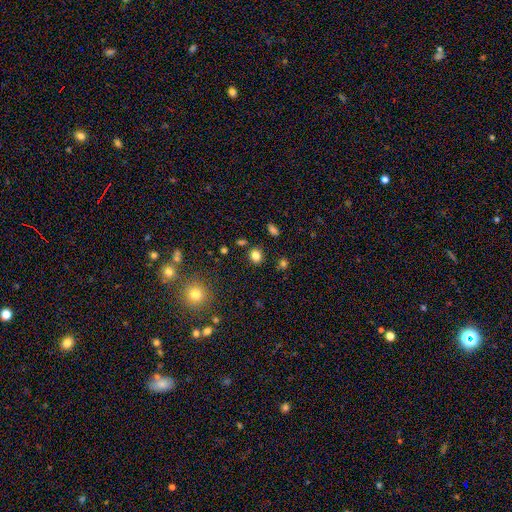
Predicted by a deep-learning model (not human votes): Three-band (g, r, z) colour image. It shows a smooth galaxy with no disk features (81%) that is round (75%). Merging: none (86%).